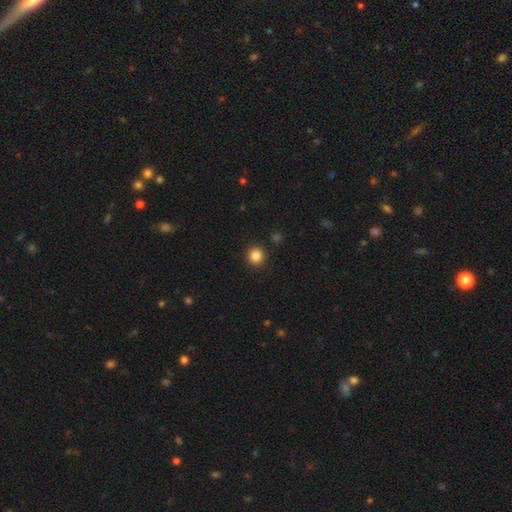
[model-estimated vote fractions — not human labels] Smooth or featured: smooth — 85% (star or artifact — 11%)
How rounded: round — 93% (in between — 6%)
Merging: none — 92% (minor disturbance — 5%)